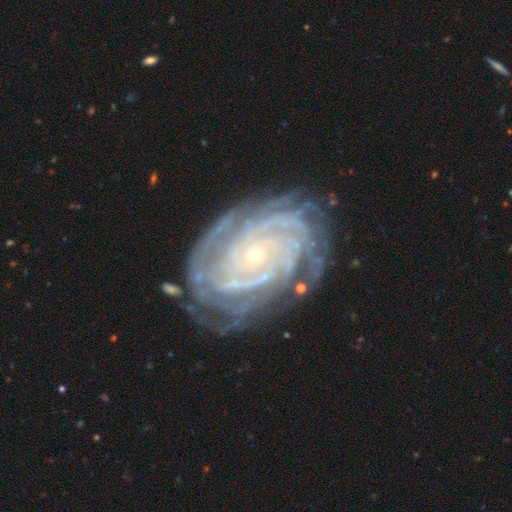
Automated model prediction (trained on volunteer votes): featured or disk 91%, star or artifact 5%, smooth 3%. Down the decision tree: edge-on disk — no (97%); bar — no (74%); spiral arms — yes (98%); spiral arm count — more than 4 (26%); spiral winding — tight (85%); bulge size — small (84%); merging — none (77%).